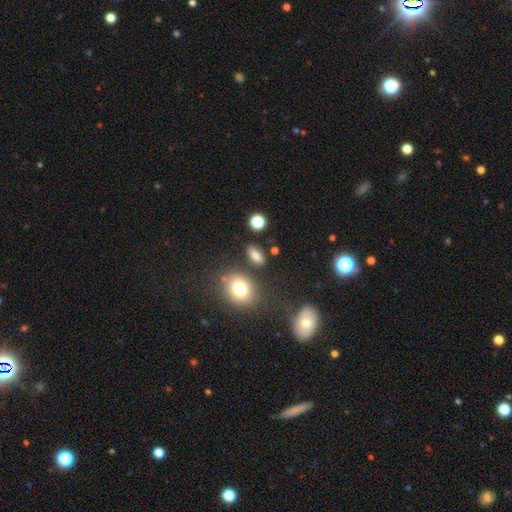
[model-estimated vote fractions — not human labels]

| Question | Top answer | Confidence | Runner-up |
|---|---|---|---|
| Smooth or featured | smooth | 79% | star or artifact (12%) |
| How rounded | in between | 78% | round (13%) |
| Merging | none | 80% | minor disturbance (11%) |